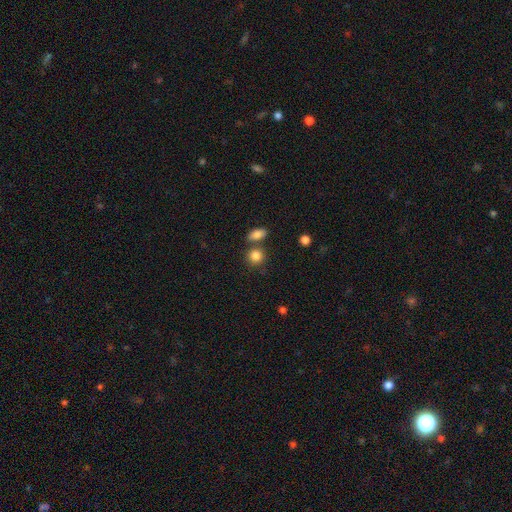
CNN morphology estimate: This appears to be a smooth galaxy with no disk features (85%) that is round (80%). Merging: none (68%).